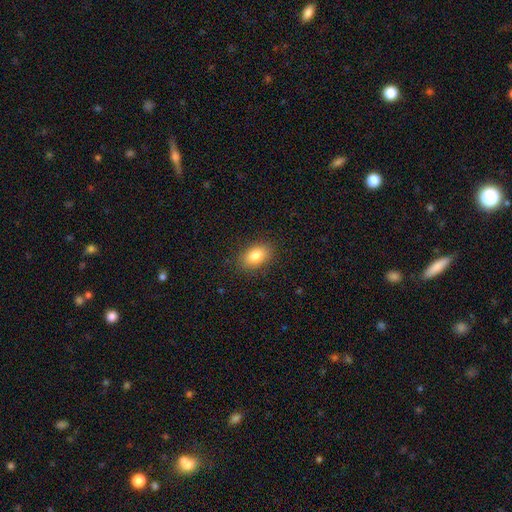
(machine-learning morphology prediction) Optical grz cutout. It shows a smooth galaxy with no disk features (83%) that is in between round and cigar-shaped (88%). Merging: none (87%).